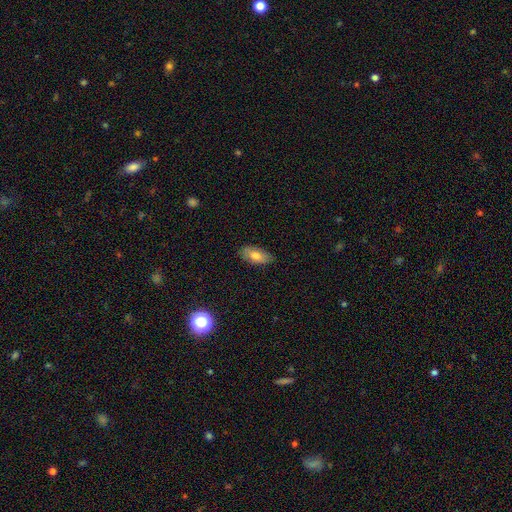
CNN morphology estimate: This is likely a smooth galaxy (75%). How rounded: clearly in between (91%). Merging: clearly none (83%).